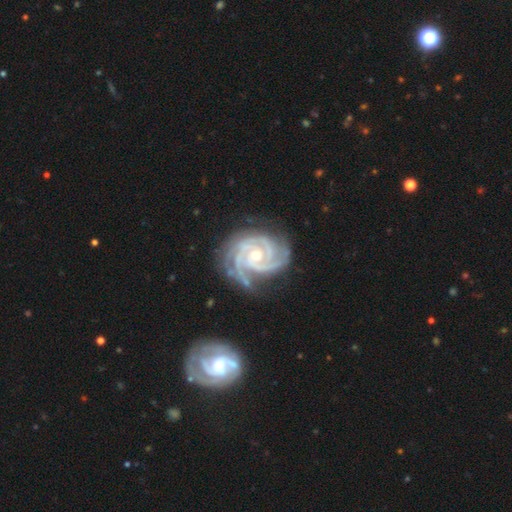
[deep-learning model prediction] featured or disk 93%, star or artifact 4%, smooth 2%. Down the decision tree: edge-on disk — no (98%); bar — no (66%); spiral arms — yes (99%); spiral arm count — 3 (48%); spiral winding — tight (74%); bulge size — small (49%); merging — none (66%).